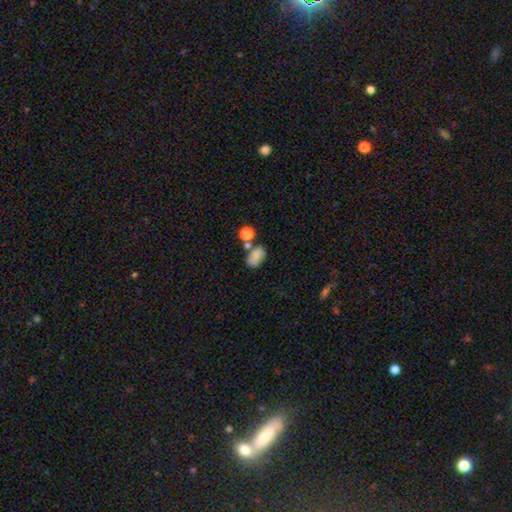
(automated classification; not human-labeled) Smooth or featured? Predicted: smooth (p=0.78). How rounded? Predicted: in between (p=0.83). Merging? Predicted: none (p=0.49).